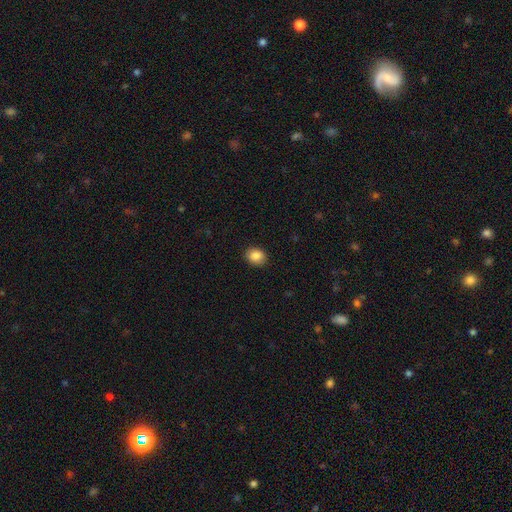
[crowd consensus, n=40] A smooth galaxy with no disk features (90%) that is round (50%, tied with in between).

Vote fractions:
- Smooth or featured? smooth: 90% / star or artifact: 10% / featured or disk: 0%
- How rounded? round: 50% (tied) / in between: 50% (tied) / cigar-shaped: 0%
- Merging? none: 89% / minor disturbance: 11% / major disturbance: 0% / merger: 0%